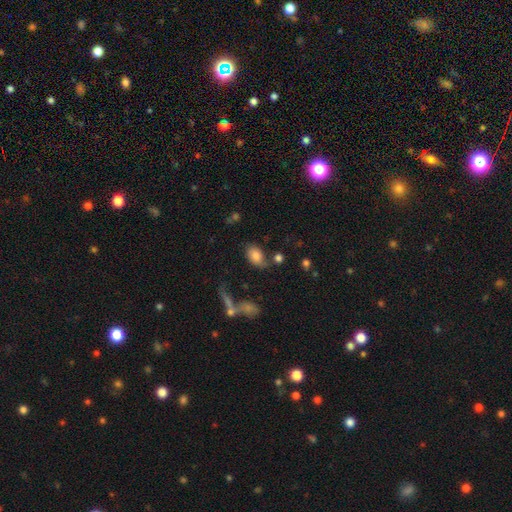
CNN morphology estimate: smooth 79%, featured or disk 12%, star or artifact 9%. Down the decision tree: how rounded — in between (87%); merging — none (58%).